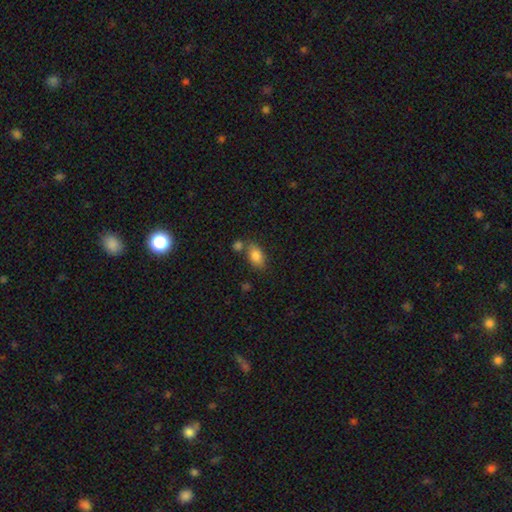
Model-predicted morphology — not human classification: A smooth galaxy with no disk features (85%) that is in between round and cigar-shaped (90%).

Vote fractions:
- Smooth or featured? smooth: 85% / star or artifact: 8% / featured or disk: 7%
- How rounded? in between: 90% / round: 7% / cigar-shaped: 3%
- Merging? none: 65% / merger: 18% / minor disturbance: 13% / major disturbance: 4%